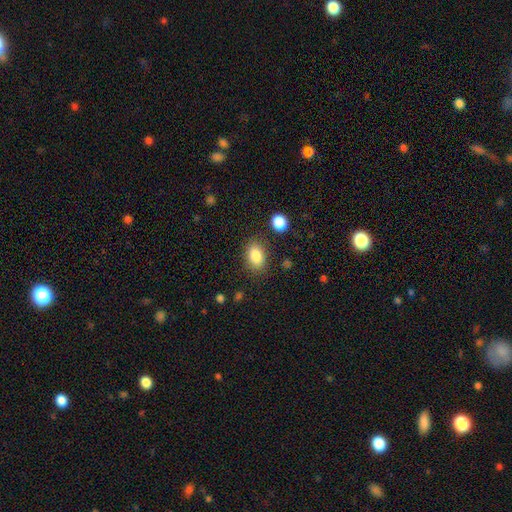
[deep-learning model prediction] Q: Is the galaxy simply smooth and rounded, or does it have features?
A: smooth — 85%.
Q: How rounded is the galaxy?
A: in between — 86%.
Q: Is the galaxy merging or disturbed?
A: none — 82%.